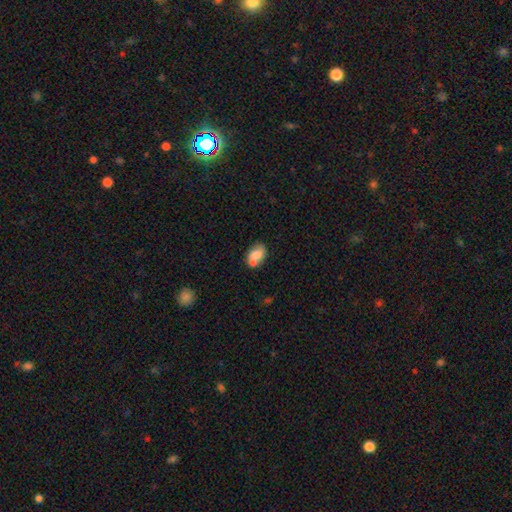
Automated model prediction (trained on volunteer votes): A smooth galaxy with no disk features (68%) that is in between round and cigar-shaped (78%).

Vote fractions:
- Smooth or featured? smooth: 68% / featured or disk: 24% / star or artifact: 8%
- How rounded? in between: 78% / round: 21% / cigar-shaped: 2%
- Merging? none: 40% / merger: 39% / minor disturbance: 15% / major disturbance: 5%